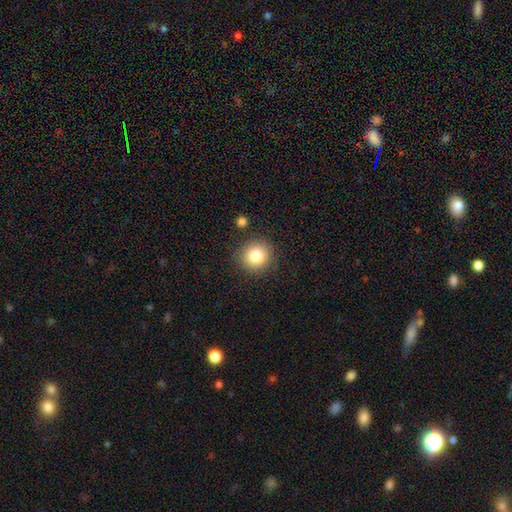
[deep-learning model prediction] Overall: smooth (81%). How rounded: round (91%). Merging: none (86%).